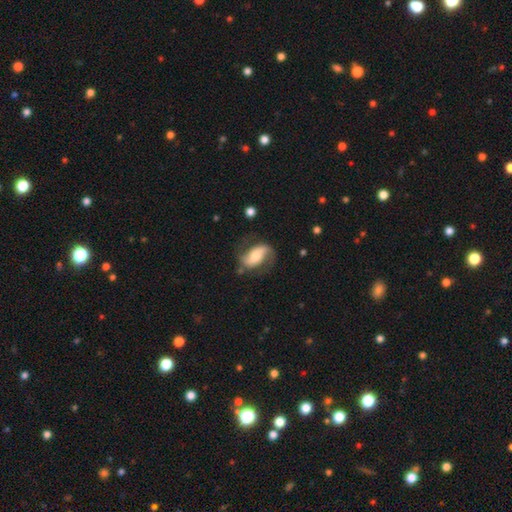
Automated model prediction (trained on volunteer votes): Smooth or featured? Predicted: featured or disk (p=0.67). Edge-on disk? Predicted: no (p=0.94). Bar? Predicted: strong (p=0.38). Spiral arms? Predicted: yes (p=0.88). Spiral winding? Predicted: loose (p=0.47). Spiral arm count? Predicted: 2 (p=0.84). Bulge size? Predicted: moderate (p=0.52). Merging? Predicted: none (p=0.63).